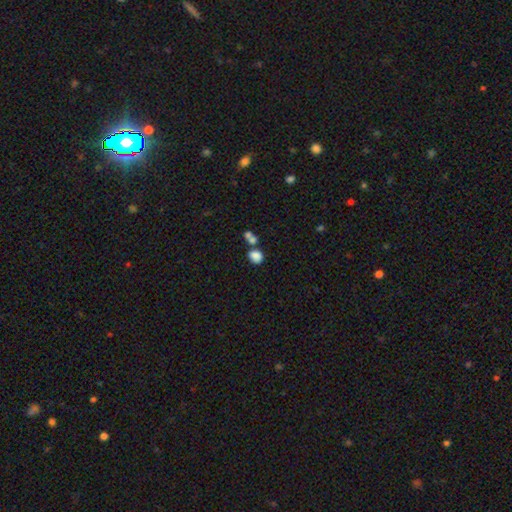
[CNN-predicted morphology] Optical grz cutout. It shows a smooth galaxy with no disk features (83%) that is round (55%). Merging: none (44%).